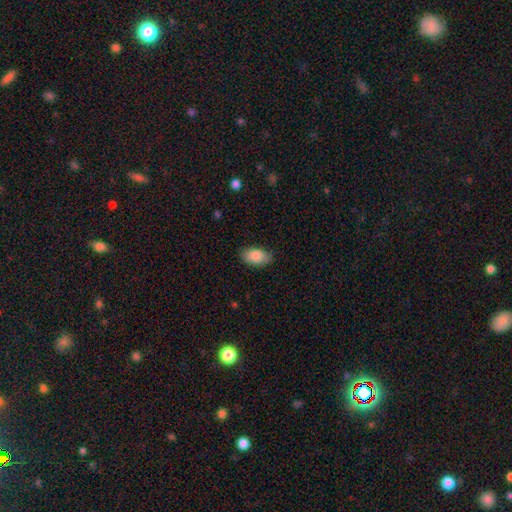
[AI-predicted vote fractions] Overall: smooth (87%). How rounded: in between (93%). Merging: none (82%).